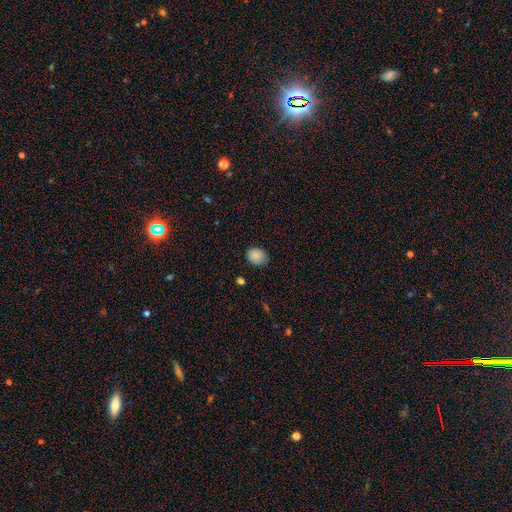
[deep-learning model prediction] Q: Smooth or featured?
A: smooth (85%); runner-up: star or artifact (9%)
Q: How rounded?
A: round (51%); runner-up: in between (48%)
Q: Merging?
A: none (80%); runner-up: minor disturbance (16%)